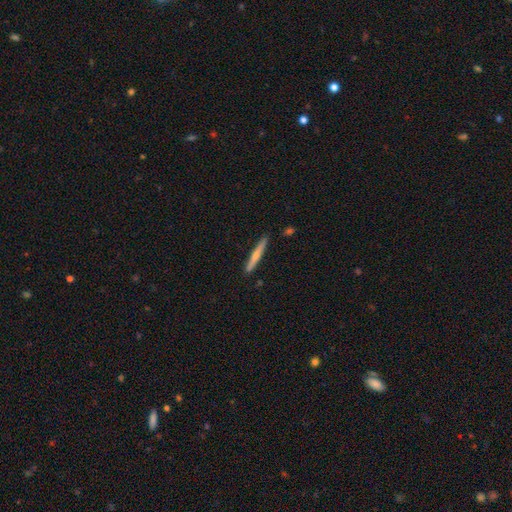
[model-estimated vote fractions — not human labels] Overall: smooth (53%; featured or disk 42%). How rounded: cigar-shaped (95%). Merging: none (88%).